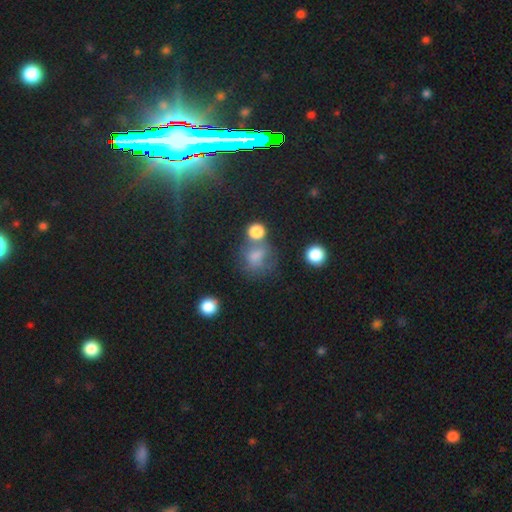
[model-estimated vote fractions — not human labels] smooth-or-featured: smooth: 59% | star or artifact: 26% | featured or disk: 15%
  how-rounded: round: 61% | in between: 37% | cigar-shaped: 2%
  merging: none: 42% | merger: 28% | minor disturbance: 17% | major disturbance: 13%